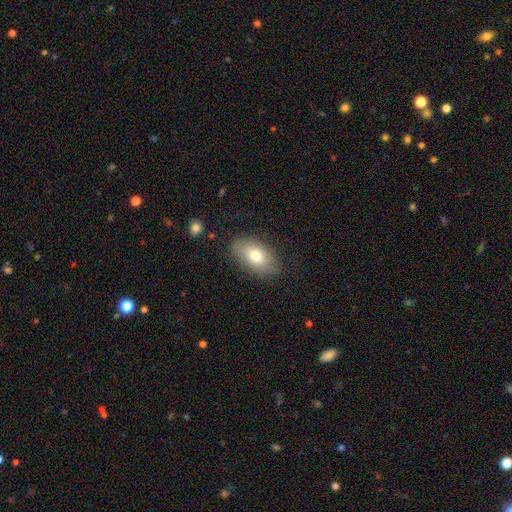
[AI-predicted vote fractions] smooth 75%, featured or disk 17%, star or artifact 8%. Down the decision tree: how rounded — in between (91%); merging — none (82%).